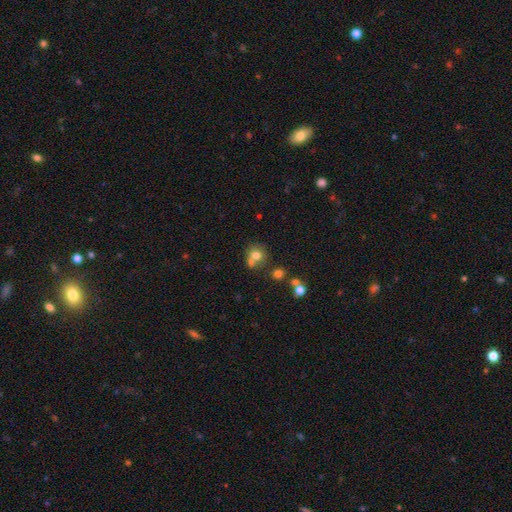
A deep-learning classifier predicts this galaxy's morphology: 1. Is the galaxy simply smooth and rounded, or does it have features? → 72% smooth, 14% featured or disk, 14% star or artifact.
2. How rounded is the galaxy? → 79% round, 20% in between, 1% cigar-shaped.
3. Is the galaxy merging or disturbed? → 47% none, 38% merger, 10% minor disturbance, 5% major disturbance.